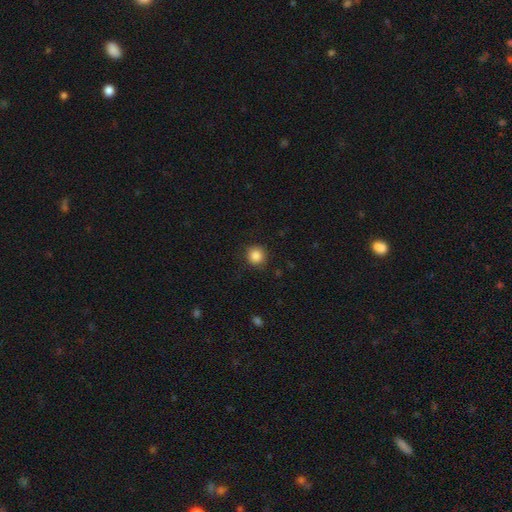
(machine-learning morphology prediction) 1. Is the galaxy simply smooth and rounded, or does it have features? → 87% smooth, 10% star or artifact, 4% featured or disk.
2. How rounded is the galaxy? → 92% round, 7% in between, 1% cigar-shaped.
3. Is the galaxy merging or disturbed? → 89% none, 8% minor disturbance, 2% major disturbance, 1% merger.